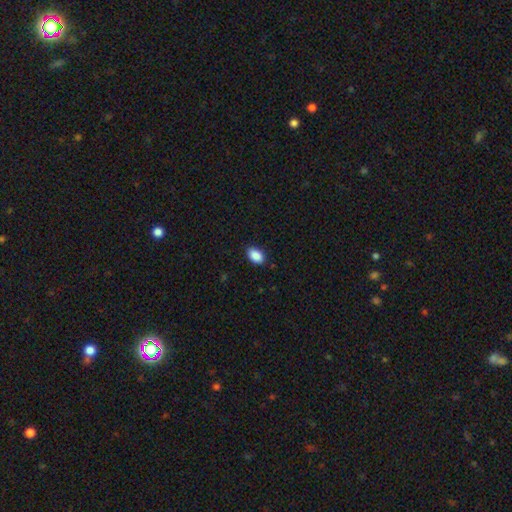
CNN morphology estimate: Smooth or featured? Predicted: smooth (p=0.90). How rounded? Predicted: in between (p=0.92). Merging? Predicted: none (p=0.88).